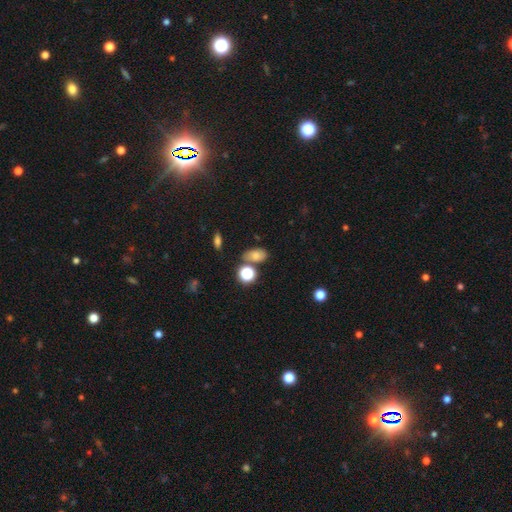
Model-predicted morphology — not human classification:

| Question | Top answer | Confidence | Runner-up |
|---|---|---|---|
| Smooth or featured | smooth | 72% | star or artifact (16%) |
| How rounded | in between | 77% | round (20%) |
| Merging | none | 68% | minor disturbance (14%) |